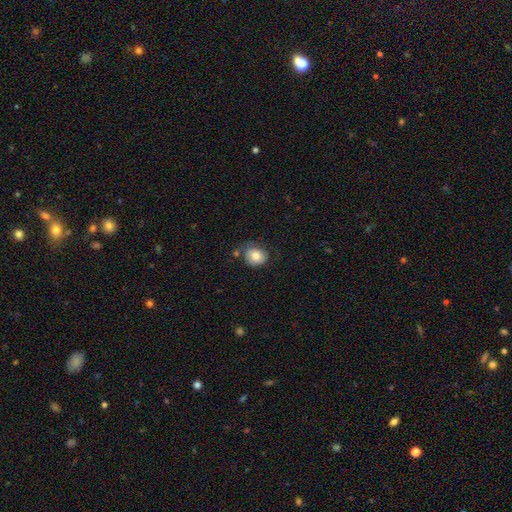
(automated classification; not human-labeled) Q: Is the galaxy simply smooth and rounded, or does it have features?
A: smooth — 76%.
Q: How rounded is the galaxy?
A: round — 64%.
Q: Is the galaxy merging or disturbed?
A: none — 57%.